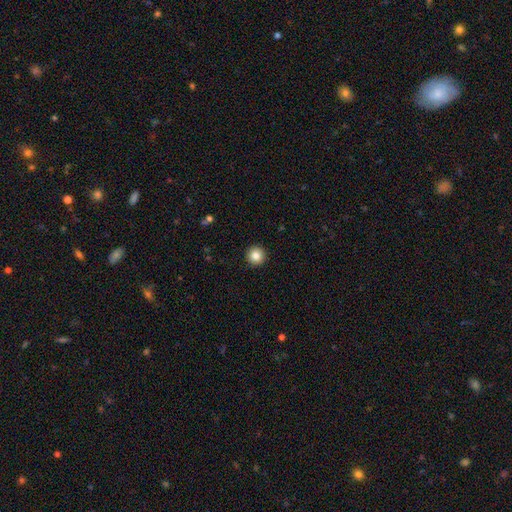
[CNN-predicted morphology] Smooth or featured: smooth — 84% (star or artifact — 10%)
How rounded: round — 96% (in between — 3%)
Merging: none — 94% (minor disturbance — 4%)